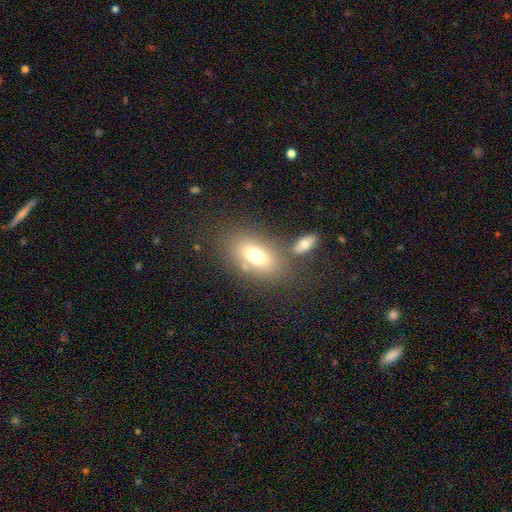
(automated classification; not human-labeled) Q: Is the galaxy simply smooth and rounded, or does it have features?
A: smooth — 71%.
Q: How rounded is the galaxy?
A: in between — 81%.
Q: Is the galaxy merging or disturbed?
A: none — 66%.